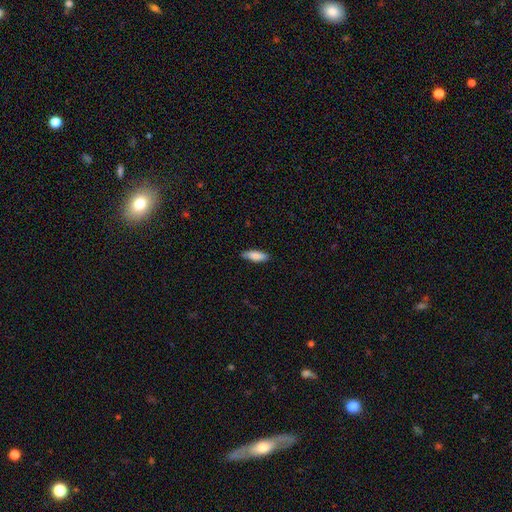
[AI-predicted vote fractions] smooth 86%, featured or disk 8%, star or artifact 6%. Down the decision tree: how rounded — in between (60%); merging — none (82%).